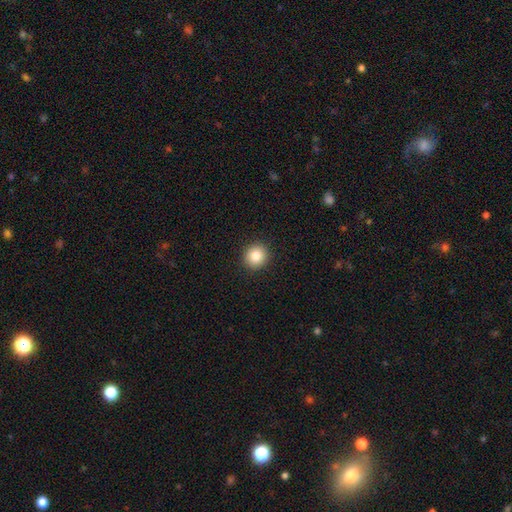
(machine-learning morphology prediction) type=smooth (86%); roundness=round (88%); merging=none (92%).